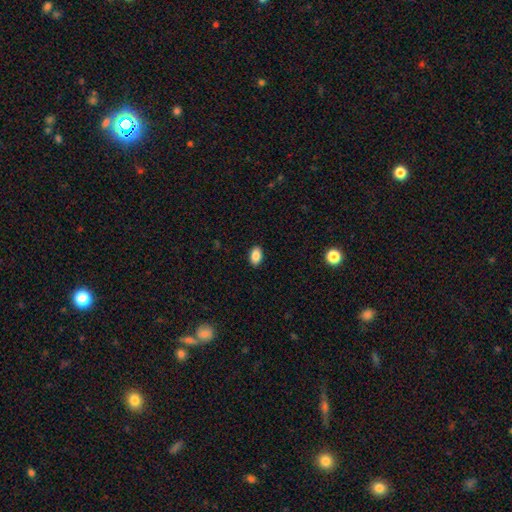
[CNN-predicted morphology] Overall: smooth (88%). How rounded: in between (90%). Merging: none (90%).